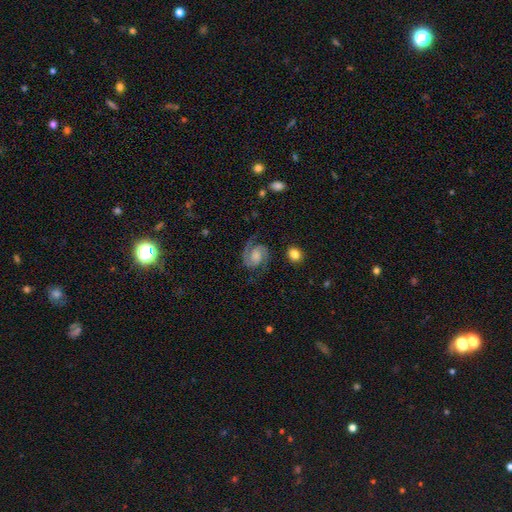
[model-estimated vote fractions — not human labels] Smooth or featured? Predicted: featured or disk (p=0.89). Edge-on disk? Predicted: no (p=0.98). Bar? Predicted: no (p=0.62). Spiral arms? Predicted: yes (p=0.98). Spiral winding? Predicted: medium (p=0.54). Spiral arm count? Predicted: 2 (p=0.94). Bulge size? Predicted: moderate (p=0.30). Merging? Predicted: none (p=0.80).